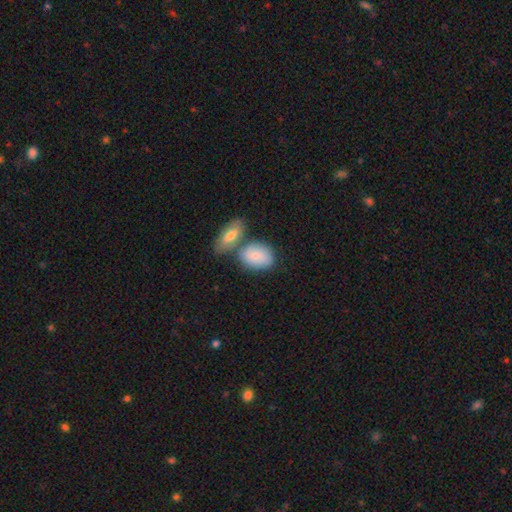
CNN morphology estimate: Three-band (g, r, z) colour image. It shows a smooth galaxy with no disk features (76%) that is in between round and cigar-shaped (83%). Merging: none (42%).